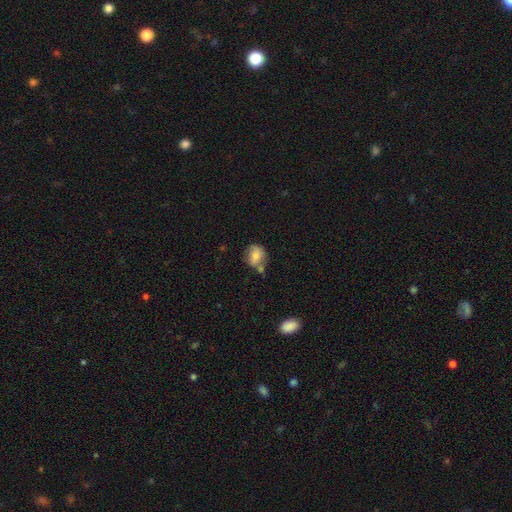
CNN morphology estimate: smooth_or_featured: smooth (p=0.74) [alt: featured or disk p=0.17]
how_rounded: round (p=0.62) [alt: in between p=0.37]
merging: none (p=0.52) [alt: minor disturbance p=0.23]